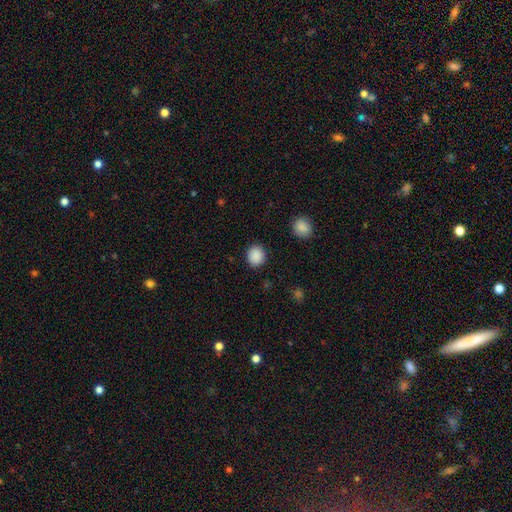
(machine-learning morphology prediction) Smooth or featured?
  - smooth: 89% *
  - star or artifact: 9%
  - featured or disk: 3%
How rounded?
  - round: 80% *
  - in between: 19%
  - cigar-shaped: 1%
Merging?
  - none: 89% *
  - minor disturbance: 7%
  - major disturbance: 2%
  - merger: 1%